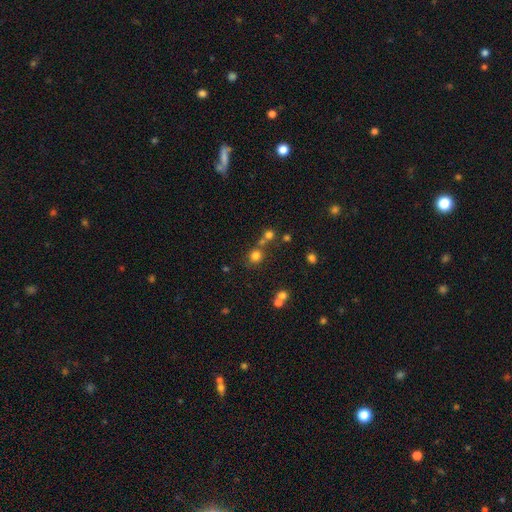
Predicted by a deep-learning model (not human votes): Smooth or featured?
  - smooth: 76% *
  - star or artifact: 17%
  - featured or disk: 8%
How rounded?
  - round: 89% *
  - in between: 10%
  - cigar-shaped: 1%
Merging?
  - none: 67% *
  - merger: 20%
  - minor disturbance: 9%
  - major disturbance: 4%